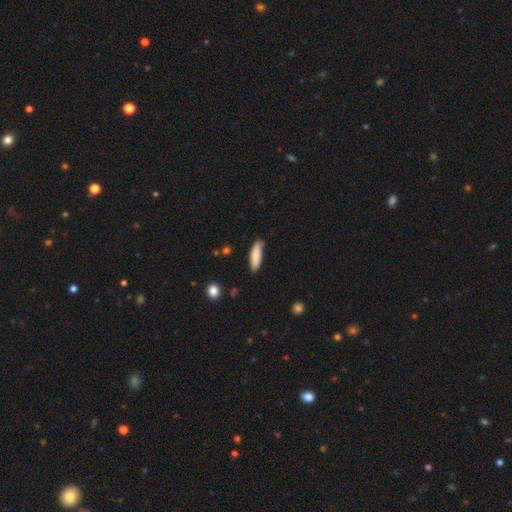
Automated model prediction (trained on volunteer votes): This appears to be a smooth galaxy with no disk features (85%) that is cigar-shaped (56%). Merging: none (79%).